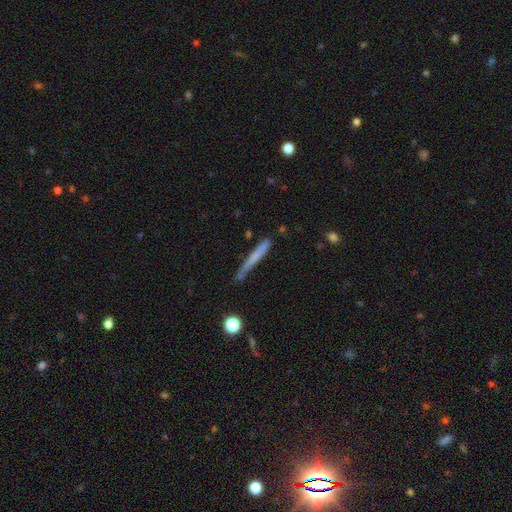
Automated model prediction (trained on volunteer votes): This is possibly a smooth galaxy (59%). How rounded: clearly cigar-shaped (96%). Merging: likely none (70%).